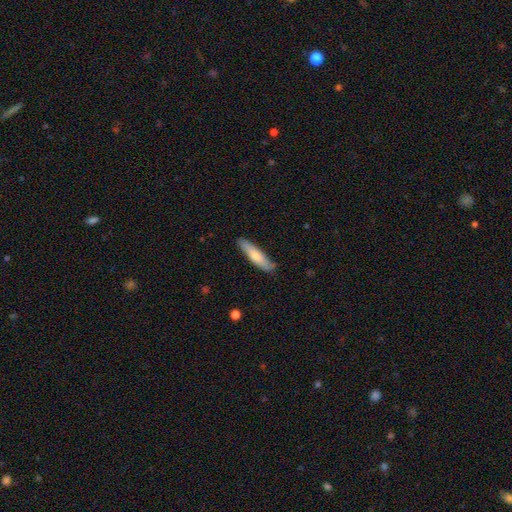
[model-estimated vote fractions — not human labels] Smooth or featured?
  - smooth: 71% *
  - featured or disk: 24%
  - star or artifact: 5%
How rounded?
  - cigar-shaped: 79% *
  - in between: 19%
  - round: 1%
Merging?
  - none: 85% *
  - minor disturbance: 12%
  - major disturbance: 2%
  - merger: 1%